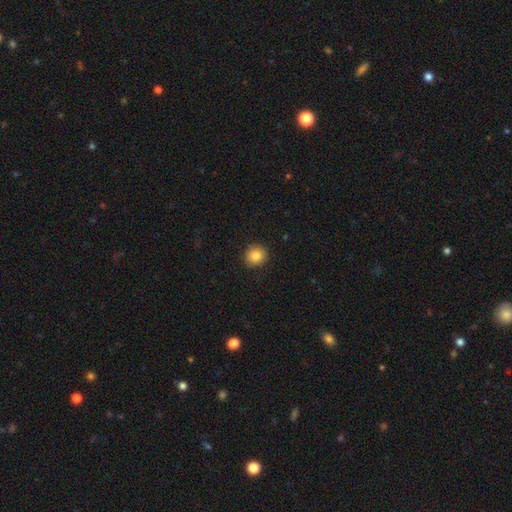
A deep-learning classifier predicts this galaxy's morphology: Q: Smooth or featured?
A: smooth (85%); runner-up: star or artifact (9%)
Q: How rounded?
A: round (85%); runner-up: in between (14%)
Q: Merging?
A: none (89%); runner-up: minor disturbance (8%)